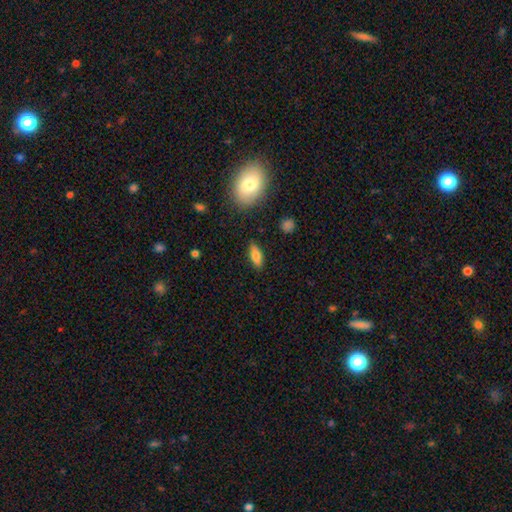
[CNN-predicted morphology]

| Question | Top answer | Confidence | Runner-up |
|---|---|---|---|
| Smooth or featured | smooth | 77% | featured or disk (15%) |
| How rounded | in between | 72% | cigar-shaped (24%) |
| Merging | none | 85% | minor disturbance (10%) |